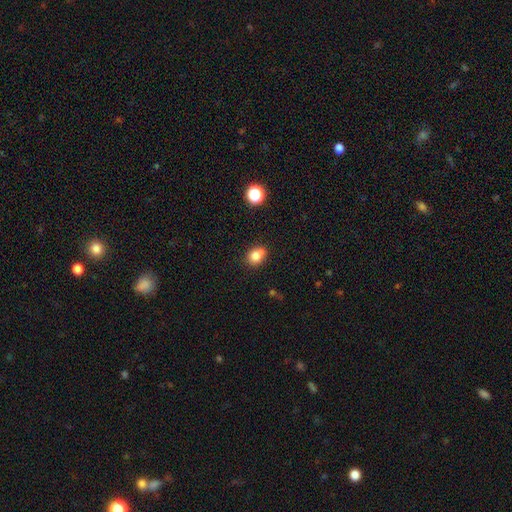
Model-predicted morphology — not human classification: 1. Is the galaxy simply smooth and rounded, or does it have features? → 80% smooth, 11% star or artifact, 9% featured or disk.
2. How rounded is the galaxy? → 55% round, 44% in between, 1% cigar-shaped.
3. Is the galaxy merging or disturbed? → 59% none, 19% minor disturbance, 18% merger, 5% major disturbance.